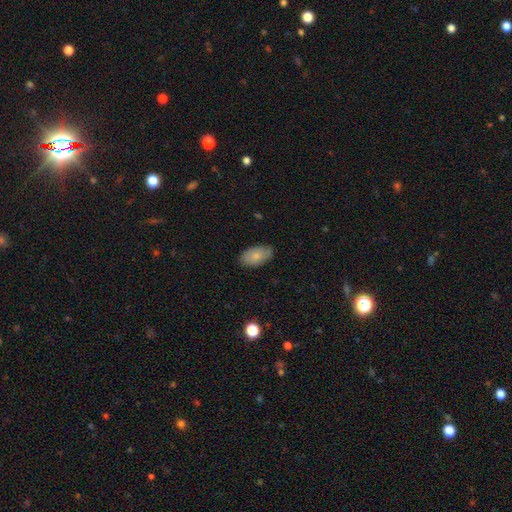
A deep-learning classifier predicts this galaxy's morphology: Smooth or featured?
  - smooth: 79% *
  - featured or disk: 14%
  - star or artifact: 7%
How rounded?
  - in between: 94% *
  - round: 4%
  - cigar-shaped: 2%
Merging?
  - none: 81% *
  - minor disturbance: 15%
  - major disturbance: 3%
  - merger: 1%